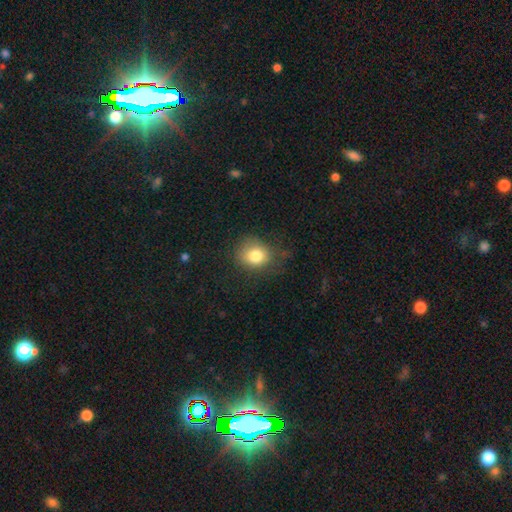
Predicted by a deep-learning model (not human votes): This is clearly a smooth galaxy (81%). How rounded: likely round (69%). Merging: likely none (67%).